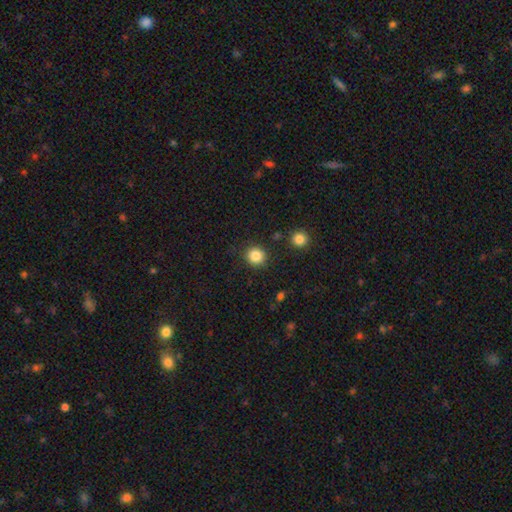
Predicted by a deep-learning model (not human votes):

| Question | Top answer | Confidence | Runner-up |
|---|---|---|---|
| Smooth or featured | smooth | 85% | star or artifact (10%) |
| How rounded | round | 90% | in between (9%) |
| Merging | none | 89% | minor disturbance (7%) |